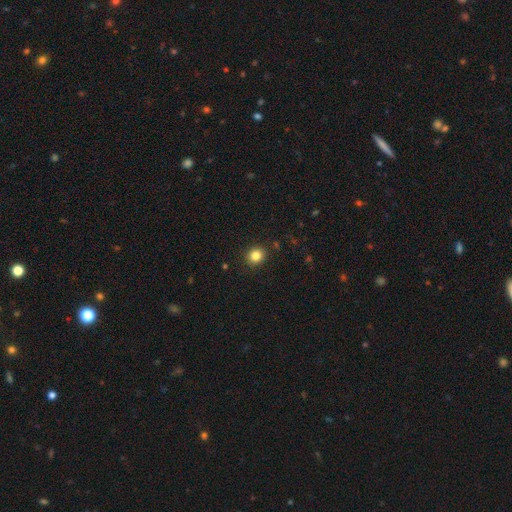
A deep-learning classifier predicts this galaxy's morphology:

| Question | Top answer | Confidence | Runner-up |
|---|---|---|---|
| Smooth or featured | smooth | 84% | star or artifact (11%) |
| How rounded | round | 80% | in between (19%) |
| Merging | none | 90% | minor disturbance (7%) |